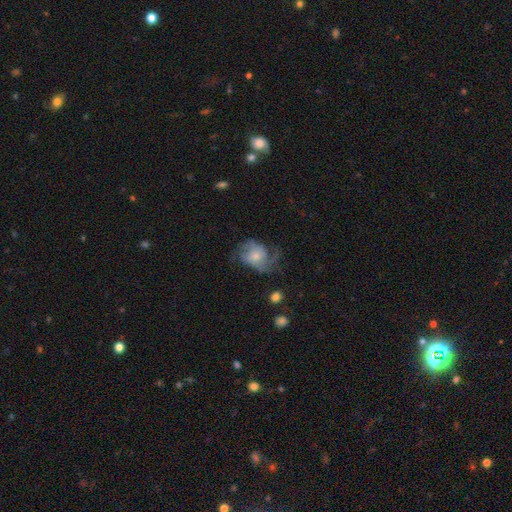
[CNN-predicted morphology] Overall: featured or disk (66%; smooth 27%). Edge-on disk: no (97%). Bar: no (74%). Spiral arms: yes (86%). Spiral arm count: 2 (46%; can't tell 21%). Spiral winding: medium (44%; loose 36%). Bulge size: small (50%; moderate 38%). Merging: none (46%; major disturbance 29%).